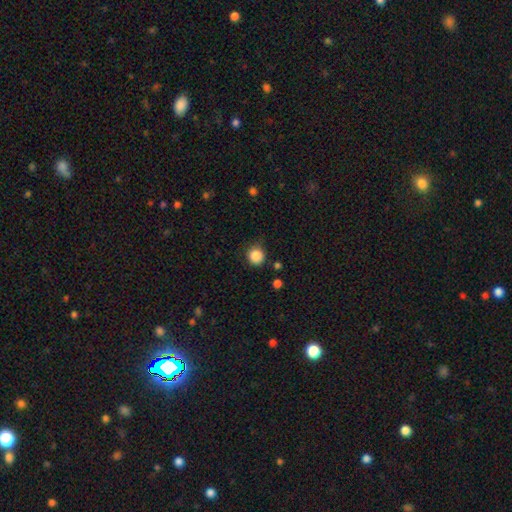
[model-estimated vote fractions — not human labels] smooth-or-featured: smooth: 86% | star or artifact: 11% | featured or disk: 3%
  how-rounded: round: 91% | in between: 8% | cigar-shaped: 1%
  merging: none: 80% | minor disturbance: 14% | major disturbance: 3% | merger: 2%